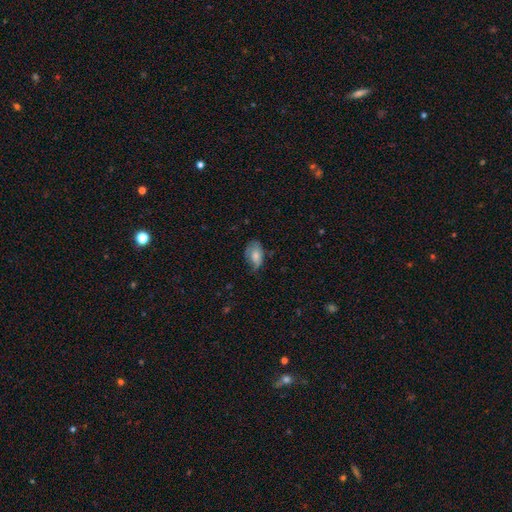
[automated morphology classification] Overall: smooth (66%). How rounded: in between (89%). Merging: none (46%; minor disturbance 36%).